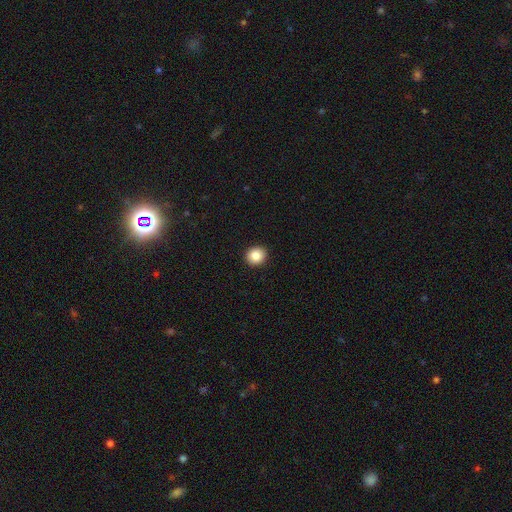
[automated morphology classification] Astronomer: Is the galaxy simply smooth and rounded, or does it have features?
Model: smooth — 86%.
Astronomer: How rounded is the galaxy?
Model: round — 85%.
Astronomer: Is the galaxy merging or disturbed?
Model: none — 93%.